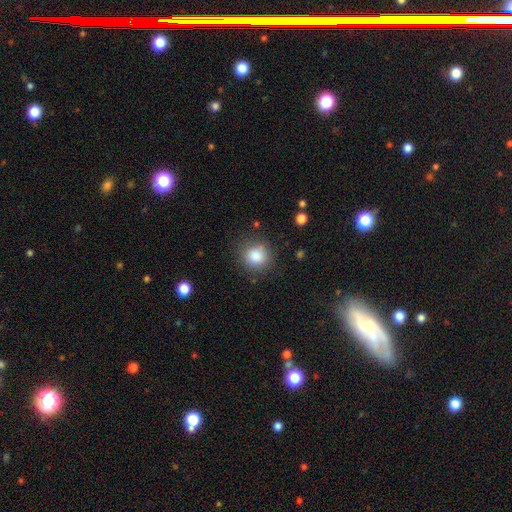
smooth-or-featured: smooth: 89% | featured or disk: 5% | star or artifact: 5%
  how-rounded: round: 88% | in between: 12% | cigar-shaped: 0%
  merging: none: 77% | minor disturbance: 17% | major disturbance: 6% | merger: 0%